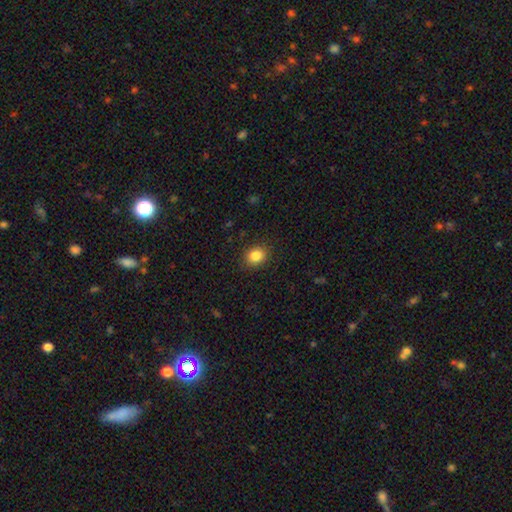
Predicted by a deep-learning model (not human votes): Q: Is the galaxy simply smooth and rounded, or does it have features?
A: smooth — 85%.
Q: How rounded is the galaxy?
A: round — 63%.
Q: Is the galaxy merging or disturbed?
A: none — 89%.